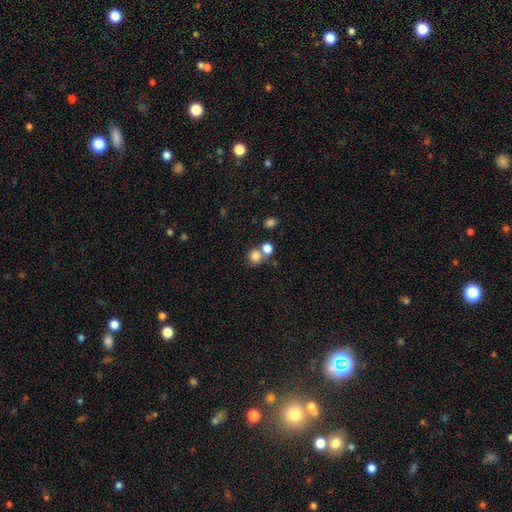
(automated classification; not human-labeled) Smooth or featured? smooth (79%)
How rounded? round (81%)
Merging? none (50%)